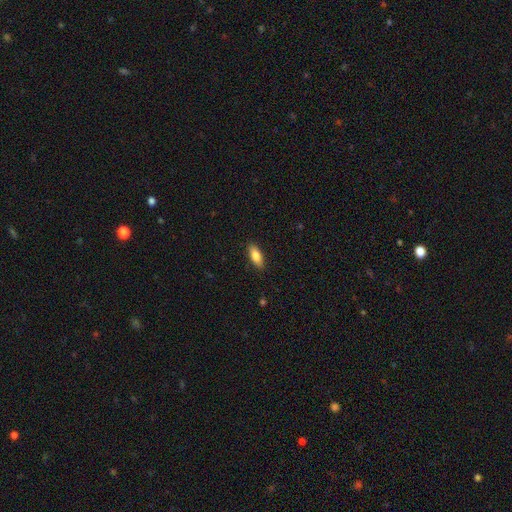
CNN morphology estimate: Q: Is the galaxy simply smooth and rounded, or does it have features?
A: smooth — 82%.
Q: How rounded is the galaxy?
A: in between — 80%.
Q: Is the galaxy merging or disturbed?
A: none — 89%.